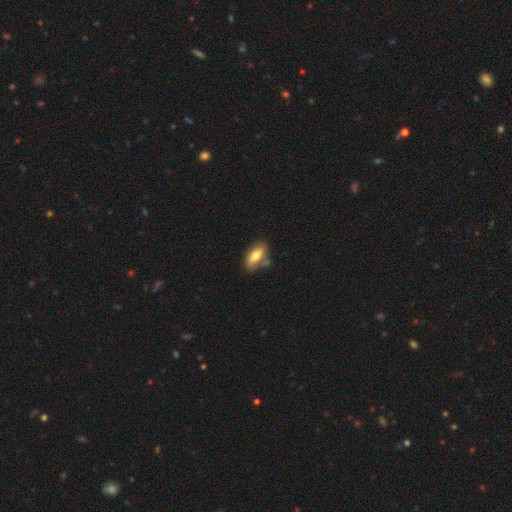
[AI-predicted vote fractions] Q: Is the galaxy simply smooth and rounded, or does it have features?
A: smooth — 70%.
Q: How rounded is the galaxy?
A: in between — 82%.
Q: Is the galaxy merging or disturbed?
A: none — 64%.